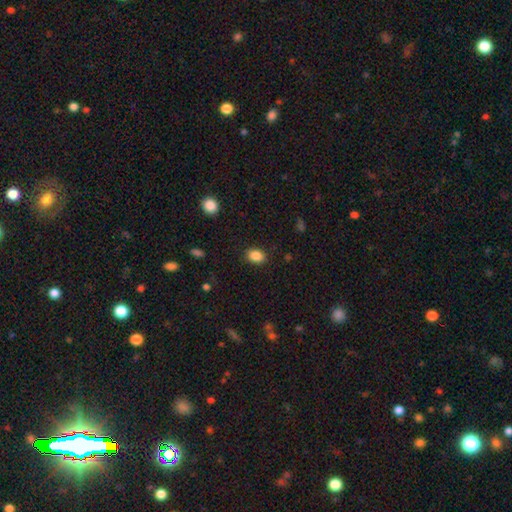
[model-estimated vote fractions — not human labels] Q: Smooth or featured?
A: smooth (87%); runner-up: star or artifact (9%)
Q: How rounded?
A: in between (70%); runner-up: round (29%)
Q: Merging?
A: none (88%); runner-up: minor disturbance (9%)